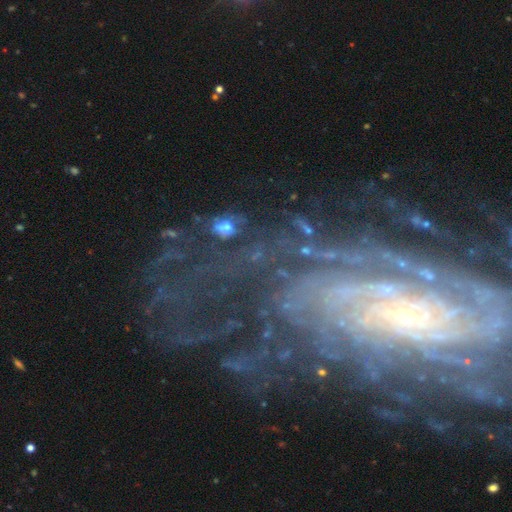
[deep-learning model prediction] A featured or disk galaxy (85%) with no bar (57%), tight (67%) spiral arms (95%) and a small central bulge (76%). Merging: none (66%).